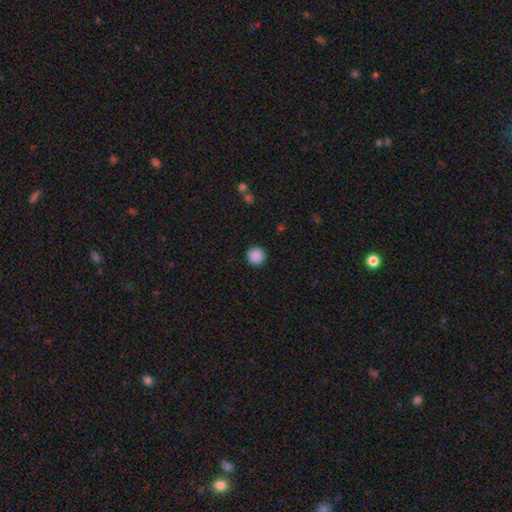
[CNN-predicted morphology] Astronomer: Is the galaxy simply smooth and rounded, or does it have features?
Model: smooth — 89%.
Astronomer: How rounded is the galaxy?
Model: round — 96%.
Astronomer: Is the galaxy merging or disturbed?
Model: none — 93%.